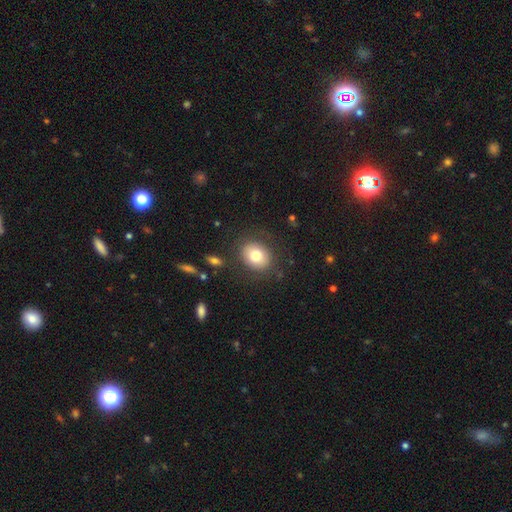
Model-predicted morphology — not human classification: A smooth galaxy with no disk features (77%) that is round (55%). Merging: none (83%).